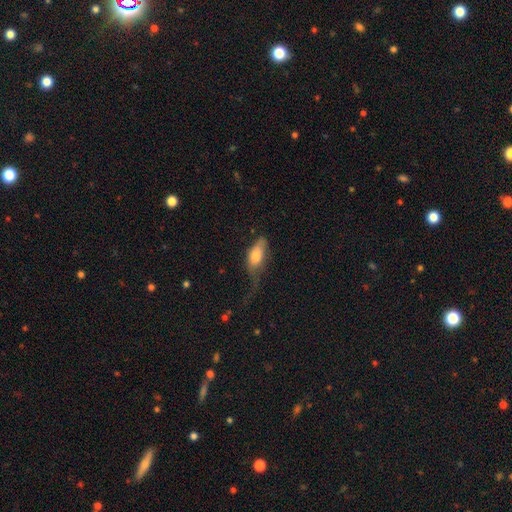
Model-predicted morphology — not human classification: A smooth galaxy with no disk features (72%) that is in between round and cigar-shaped (79%). Merging: major disturbance (40%).